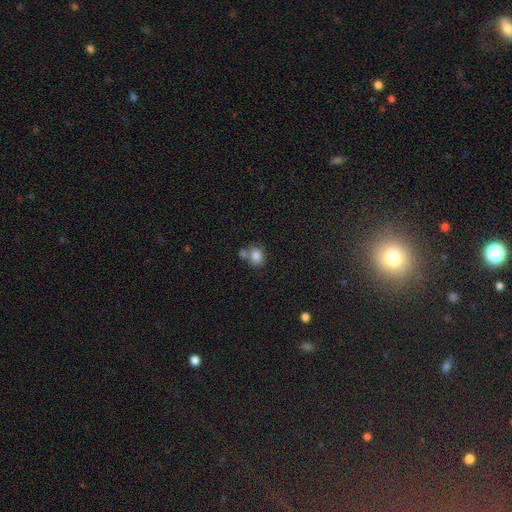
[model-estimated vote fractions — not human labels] The model was most divided on "how rounded": in between: 50%, round: 49%, cigar-shaped: 1%. Remaining: smooth or featured — smooth (83%); merging — none (48%).